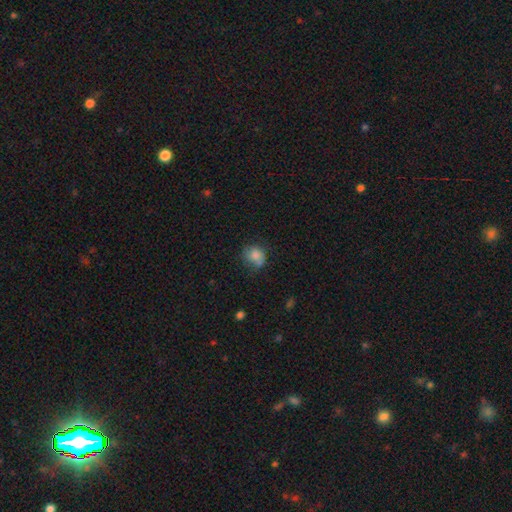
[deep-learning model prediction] A smooth galaxy with no disk features (77%) that is round (65%). Merging: none (52%).